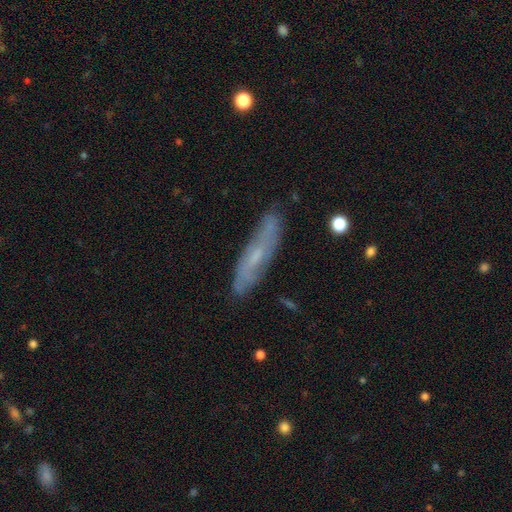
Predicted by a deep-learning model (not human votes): Q: Smooth or featured?
A: featured or disk (59%); runner-up: smooth (32%)
Q: Edge-on disk?
A: no (59%); runner-up: yes (41%)
Q: Merging?
A: none (82%); runner-up: minor disturbance (14%)